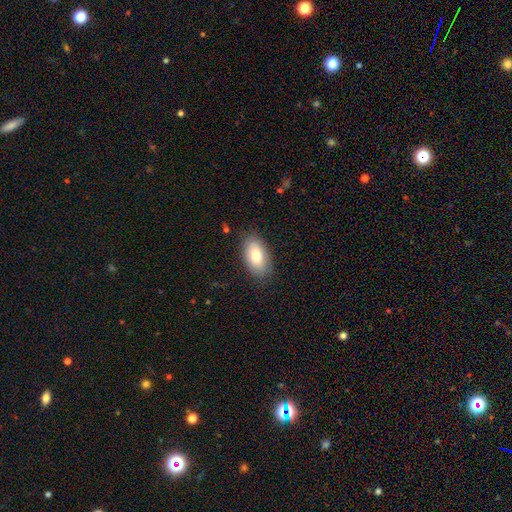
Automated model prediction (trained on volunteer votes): smooth_or_featured: smooth (p=0.77) [alt: featured or disk p=0.16]
how_rounded: in between (p=0.93) [alt: round p=0.05]
merging: none (p=0.83) [alt: minor disturbance p=0.13]